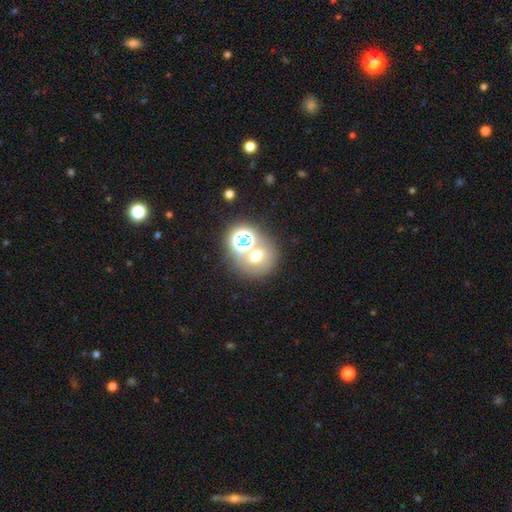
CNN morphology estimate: smooth 54%, star or artifact 25%, featured or disk 20%. Down the decision tree: how rounded — round (77%); merging — none (50%).